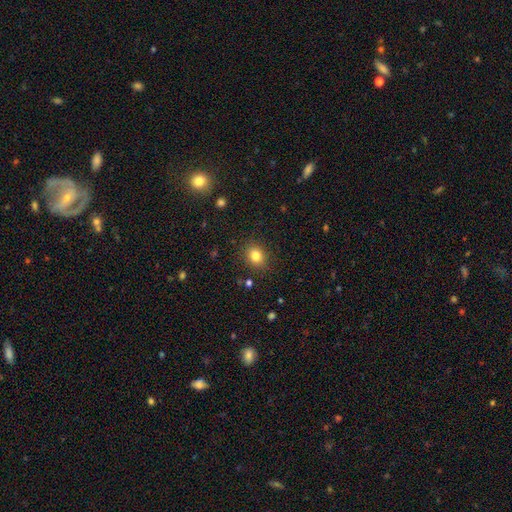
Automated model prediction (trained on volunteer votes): This appears to be a smooth galaxy with no disk features (82%) that is round (58%). Merging: none (87%).